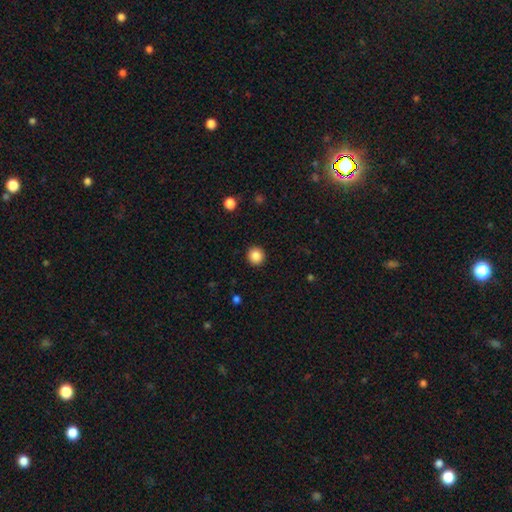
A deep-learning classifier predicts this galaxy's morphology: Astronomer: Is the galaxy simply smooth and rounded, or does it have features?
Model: smooth — 87%.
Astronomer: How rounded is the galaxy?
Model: round — 94%.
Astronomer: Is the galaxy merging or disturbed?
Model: none — 93%.